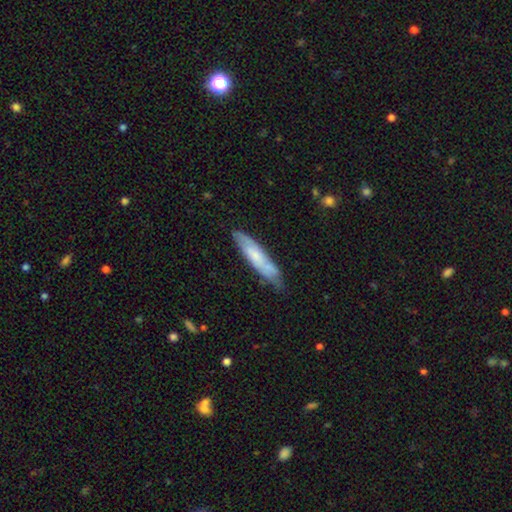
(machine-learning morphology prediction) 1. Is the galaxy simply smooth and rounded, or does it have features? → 53% smooth, 41% featured or disk, 6% star or artifact.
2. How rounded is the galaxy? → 80% cigar-shaped, 19% in between, 1% round.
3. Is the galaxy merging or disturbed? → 71% none, 22% minor disturbance, 4% major disturbance, 2% merger.